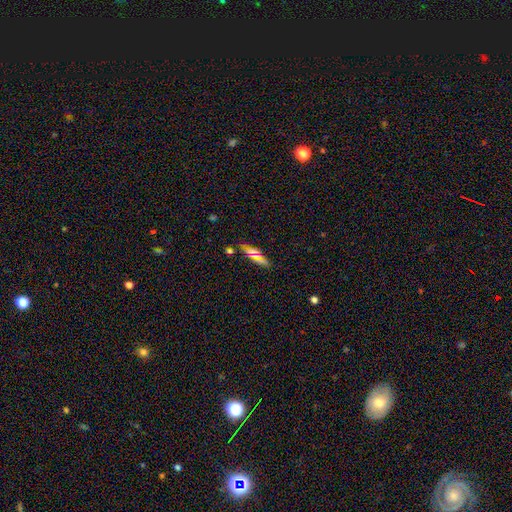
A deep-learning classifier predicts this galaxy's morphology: Q: Smooth or featured?
A: smooth (64%); runner-up: star or artifact (20%)
Q: How rounded?
A: in between (51%); runner-up: cigar-shaped (43%)
Q: Merging?
A: none (85%); runner-up: minor disturbance (10%)